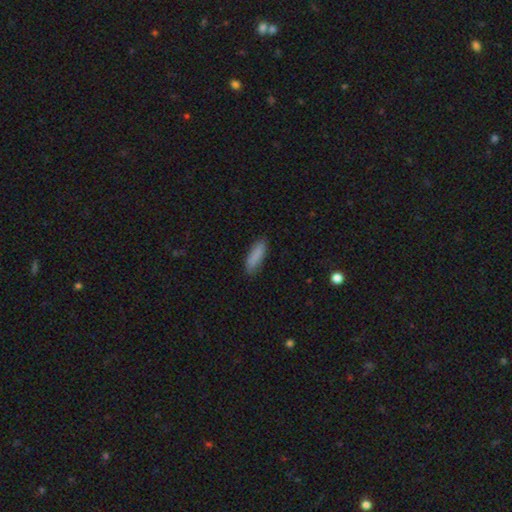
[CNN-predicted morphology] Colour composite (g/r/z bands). It shows a smooth galaxy with no disk features (87%) that is in between round and cigar-shaped (49%, tied with cigar-shaped). Merging: none (84%).